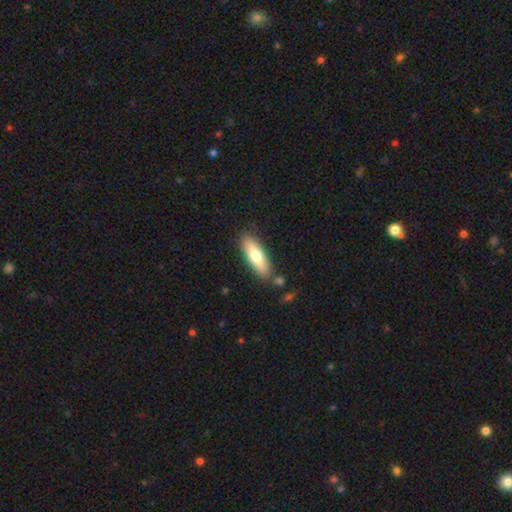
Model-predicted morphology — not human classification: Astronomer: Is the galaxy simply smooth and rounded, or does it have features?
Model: smooth — 73%.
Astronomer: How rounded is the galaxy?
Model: in between — 52% (runner-up: cigar-shaped, 46%).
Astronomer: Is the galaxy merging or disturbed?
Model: none — 81%.